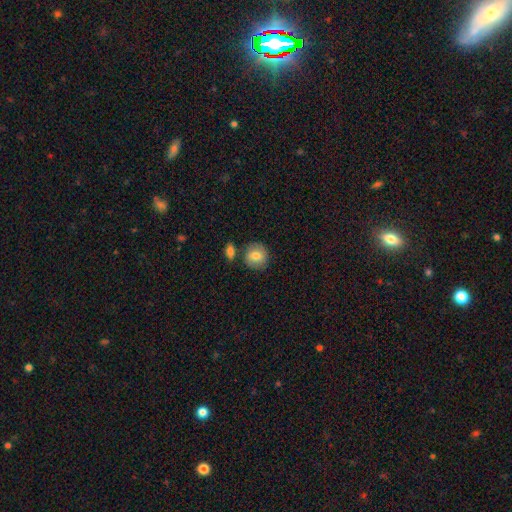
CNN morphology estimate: This appears to be a smooth galaxy with no disk features (80%) that is round (85%). Merging: none (76%).